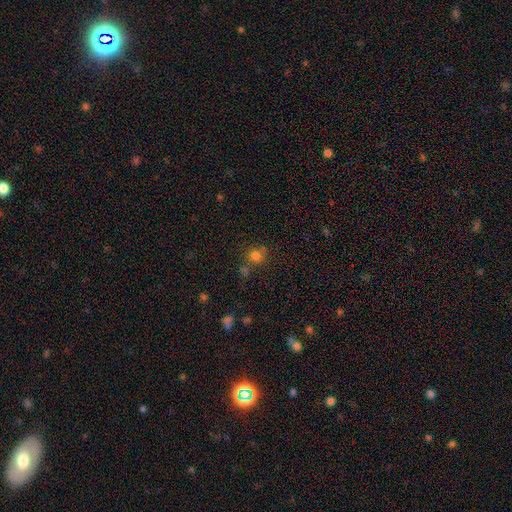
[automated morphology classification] Smooth or featured: smooth — 75% (star or artifact — 17%)
How rounded: round — 87% (in between — 12%)
Merging: none — 64% (merger — 19%)